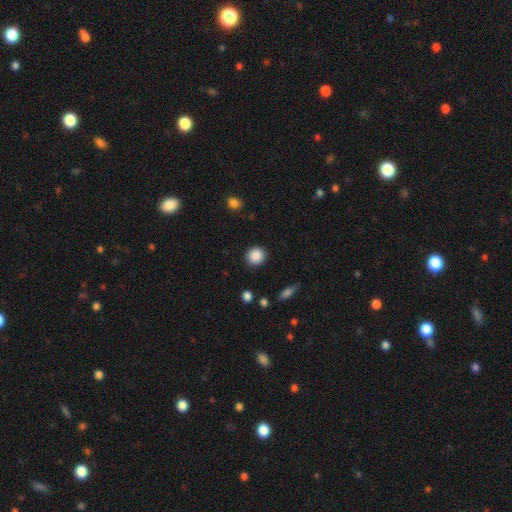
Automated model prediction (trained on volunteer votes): A smooth galaxy with no disk features (88%) that is round (89%). Merging: none (90%).